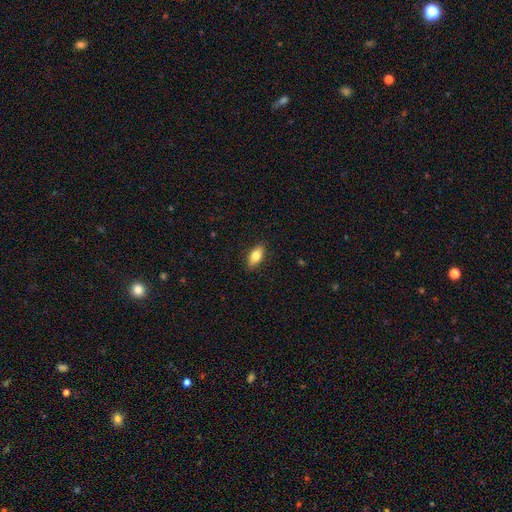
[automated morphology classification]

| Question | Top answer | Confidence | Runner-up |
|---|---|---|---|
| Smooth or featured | smooth | 81% | featured or disk (13%) |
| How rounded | in between | 84% | cigar-shaped (12%) |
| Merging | none | 88% | minor disturbance (9%) |